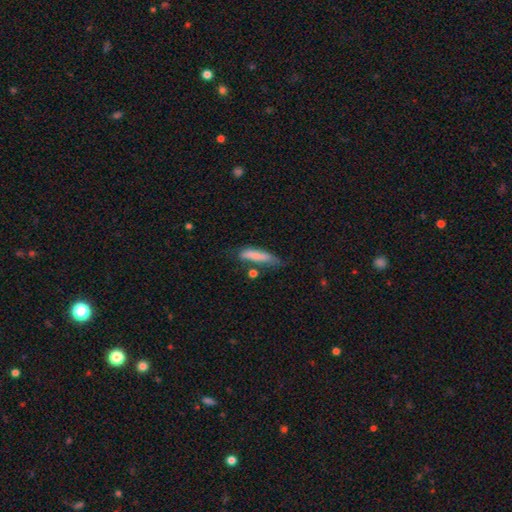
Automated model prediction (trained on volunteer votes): A smooth galaxy with no disk features (75%) that is cigar-shaped (78%).

Vote fractions:
- Smooth or featured? smooth: 75% / featured or disk: 18% / star or artifact: 7%
- How rounded? cigar-shaped: 78% / in between: 20% / round: 2%
- Merging? none: 53% / minor disturbance: 29% / major disturbance: 11% / merger: 8%